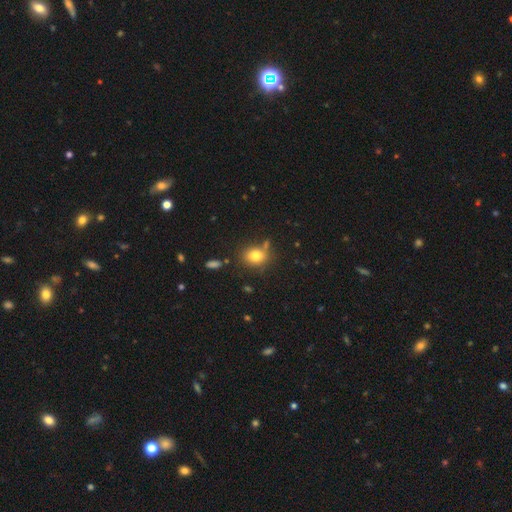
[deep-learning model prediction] This appears to be a smooth galaxy with no disk features (80%) that is round (51%). Merging: none (72%).